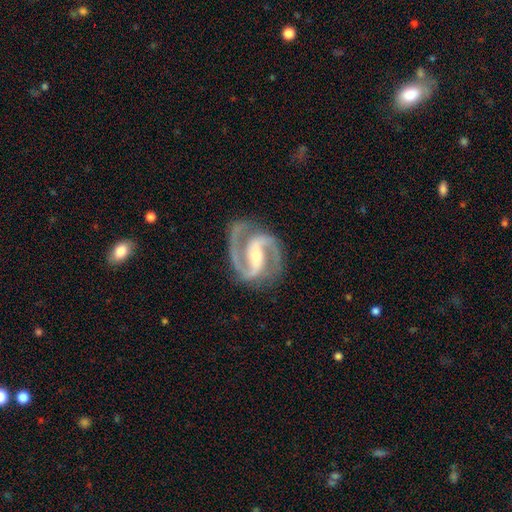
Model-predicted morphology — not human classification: featured or disk 94%, star or artifact 4%, smooth 2%. Down the decision tree: edge-on disk — no (98%); bar — strong (57%); spiral arms — yes (99%); spiral arm count — 2 (92%); spiral winding — medium (62%); bulge size — small (49%); merging — none (83%).